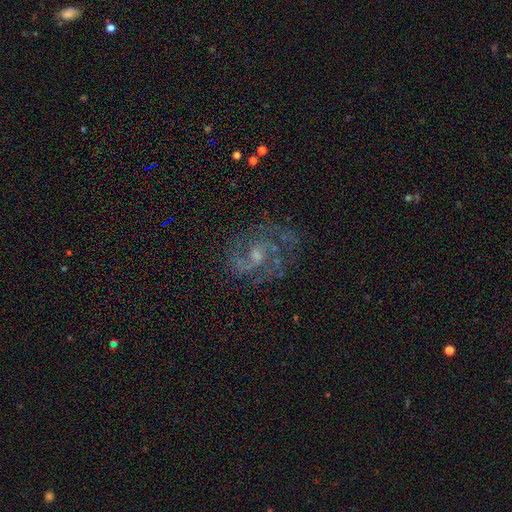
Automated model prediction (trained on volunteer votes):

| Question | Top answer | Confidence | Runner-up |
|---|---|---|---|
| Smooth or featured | featured or disk | 82% | star or artifact (10%) |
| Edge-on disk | no | 98% | yes (2%) |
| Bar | no | 53% | weak (41%) |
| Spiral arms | yes | 94% | no (6%) |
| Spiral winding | medium | 54% | loose (24%) |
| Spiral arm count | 2 | 67% | can't tell (13%) |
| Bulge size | small | 49% | moderate (38%) |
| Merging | none | 68% | minor disturbance (17%) |